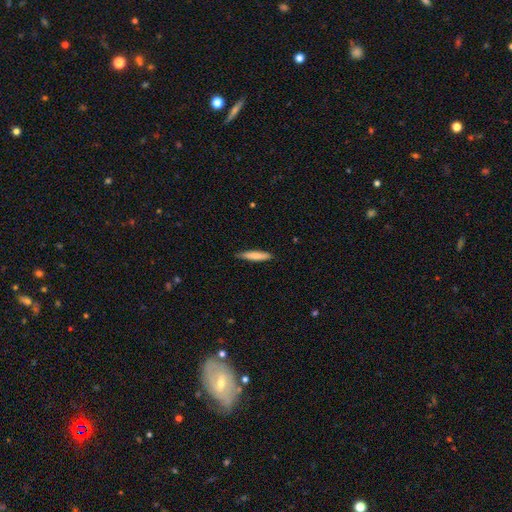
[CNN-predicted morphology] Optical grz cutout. It shows a smooth galaxy with no disk features (77%) that is cigar-shaped (86%). Merging: none (83%).